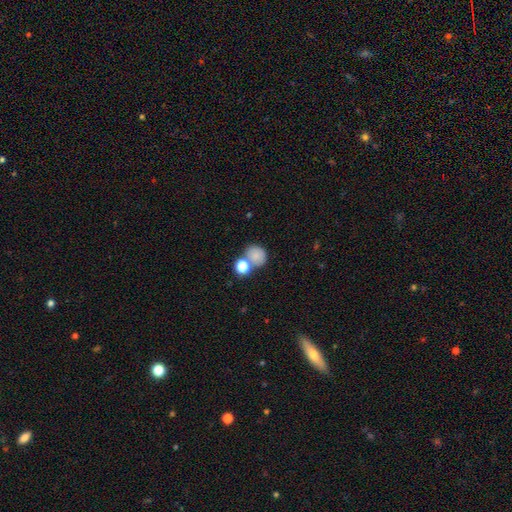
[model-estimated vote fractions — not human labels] Smooth or featured: smooth — 81% (star or artifact — 11%)
How rounded: round — 79% (in between — 20%)
Merging: none — 50% (merger — 35%)